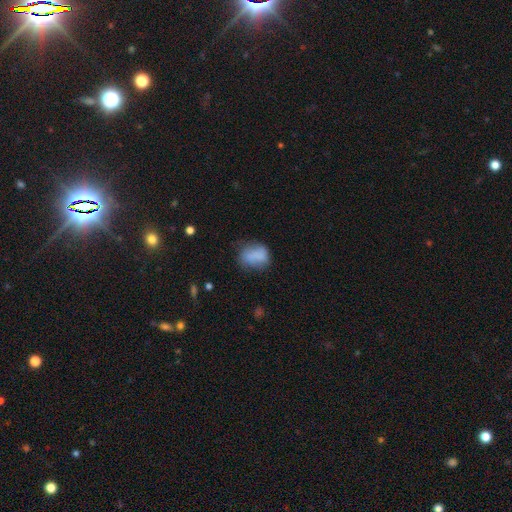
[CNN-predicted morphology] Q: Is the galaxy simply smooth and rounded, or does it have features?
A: smooth — 75%.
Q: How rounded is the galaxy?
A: in between — 60%.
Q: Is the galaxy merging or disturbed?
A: none — 51%.